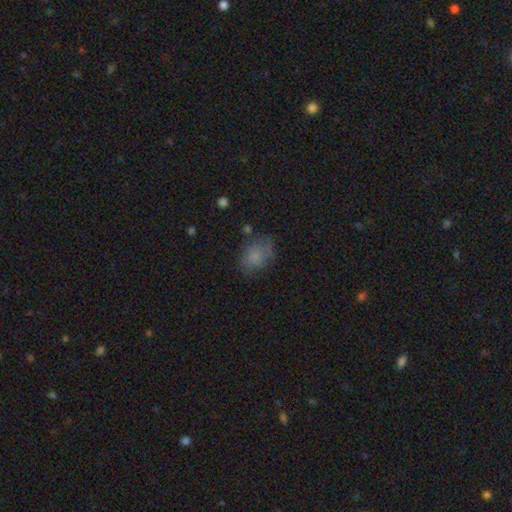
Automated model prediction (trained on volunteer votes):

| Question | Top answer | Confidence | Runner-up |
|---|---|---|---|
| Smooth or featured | smooth | 77% | star or artifact (12%) |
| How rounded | in between | 67% | round (31%) |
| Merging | none | 65% | minor disturbance (23%) |